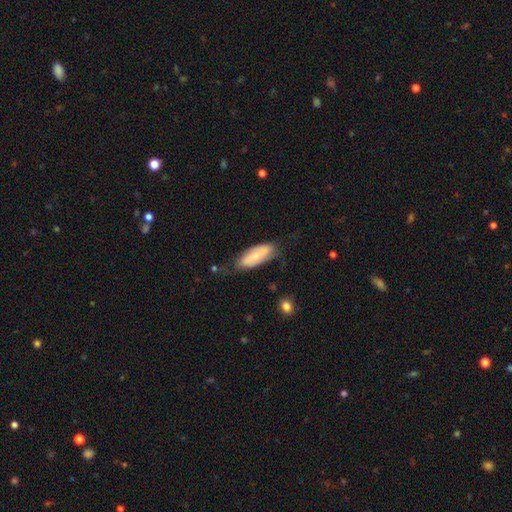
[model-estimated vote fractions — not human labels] Smooth or featured? Predicted: smooth (p=0.60). How rounded? Predicted: in between (p=0.77). Merging? Predicted: none (p=0.61).